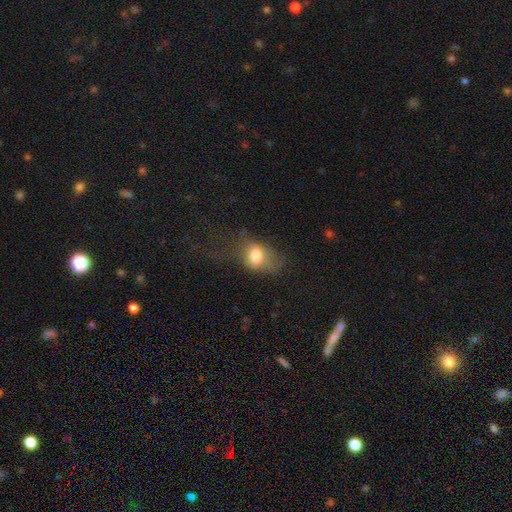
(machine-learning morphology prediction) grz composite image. It shows a smooth galaxy with no disk features (75%) that is in between round and cigar-shaped (67%). Merging: major disturbance (37%).